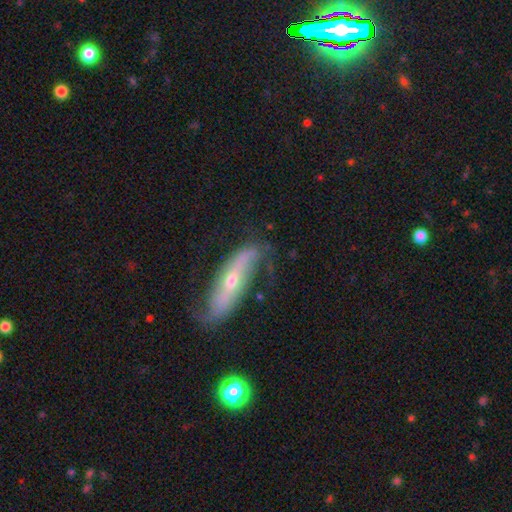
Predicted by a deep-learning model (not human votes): smooth-or-featured: featured or disk: 70% | smooth: 19% | star or artifact: 11%
  disk-edge-on: no: 66% | yes: 34%
  merging: none: 67% | minor disturbance: 21% | major disturbance: 10% | merger: 2%